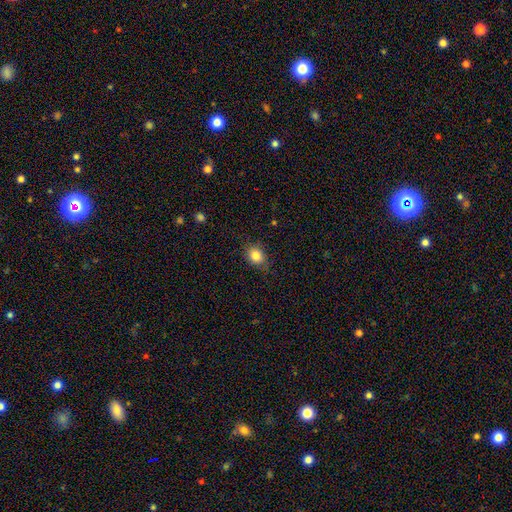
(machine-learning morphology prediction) smooth_or_featured: smooth (p=0.83) [alt: star or artifact p=0.10]
how_rounded: round (p=0.50) [alt: in between p=0.49]
merging: none (p=0.80) [alt: minor disturbance p=0.16]